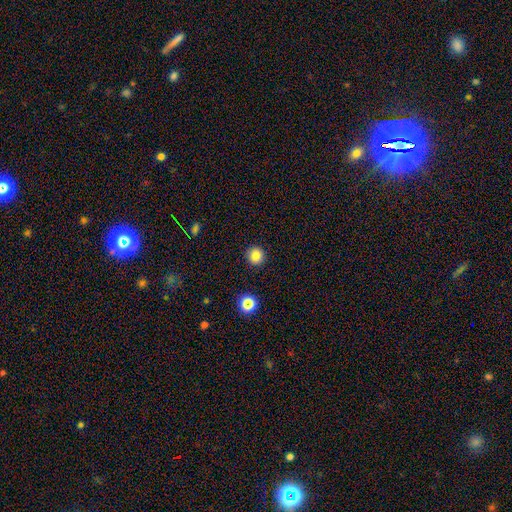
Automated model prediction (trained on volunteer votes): smooth_or_featured: smooth (p=0.83) [alt: star or artifact p=0.12]
how_rounded: round (p=0.94) [alt: in between p=0.05]
merging: none (p=0.91) [alt: minor disturbance p=0.06]